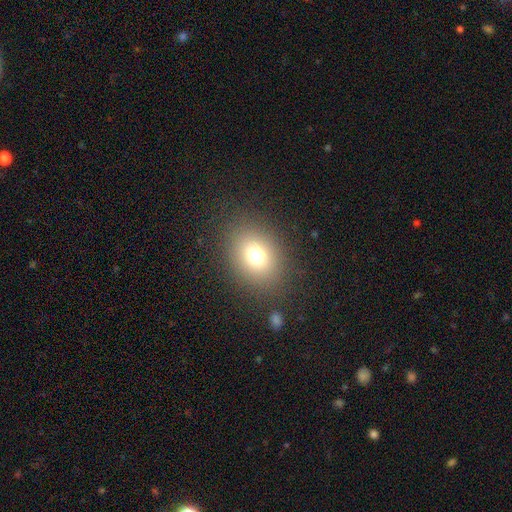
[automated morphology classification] smooth_or_featured: smooth (p=0.72) [alt: star or artifact p=0.16]
how_rounded: round (p=0.50) [alt: in between p=0.49]
merging: none (p=0.84) [alt: minor disturbance p=0.09]